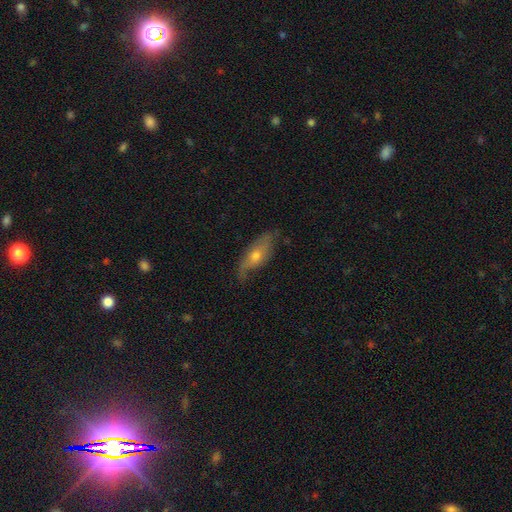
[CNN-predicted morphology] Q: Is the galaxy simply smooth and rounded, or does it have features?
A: featured or disk — 53%.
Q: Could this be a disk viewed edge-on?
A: no — 59%.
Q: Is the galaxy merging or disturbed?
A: none — 61%.